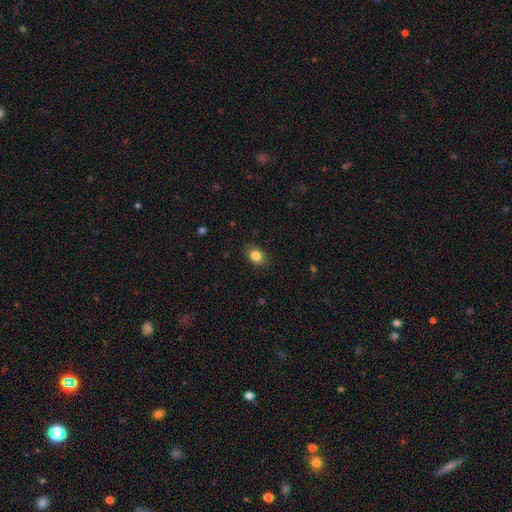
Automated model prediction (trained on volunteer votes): Q: Smooth or featured?
A: smooth (83%); runner-up: star or artifact (9%)
Q: How rounded?
A: in between (70%); runner-up: round (29%)
Q: Merging?
A: none (84%); runner-up: minor disturbance (12%)